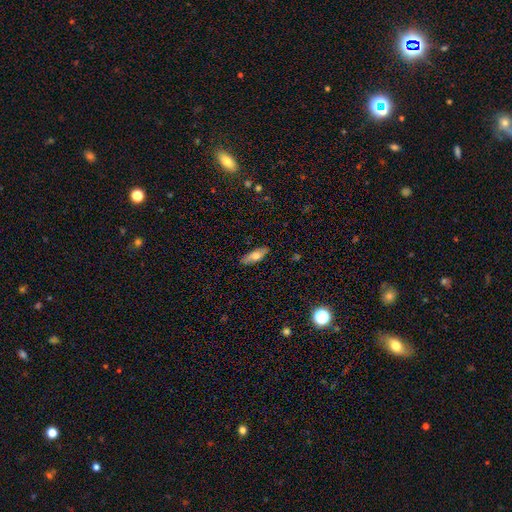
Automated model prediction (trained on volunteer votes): A smooth galaxy with no disk features (66%) that is in between round and cigar-shaped (62%).

Vote fractions:
- Smooth or featured? smooth: 66% / featured or disk: 27% / star or artifact: 7%
- How rounded? in between: 62% / cigar-shaped: 35% / round: 3%
- Merging? none: 87% / minor disturbance: 10% / major disturbance: 2% / merger: 1%